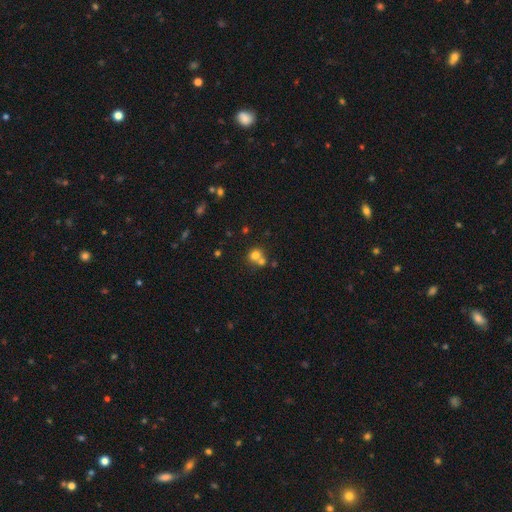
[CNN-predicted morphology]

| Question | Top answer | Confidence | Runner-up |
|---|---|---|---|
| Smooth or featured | smooth | 73% | star or artifact (14%) |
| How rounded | round | 83% | in between (16%) |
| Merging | merger | 47% | none (43%) |